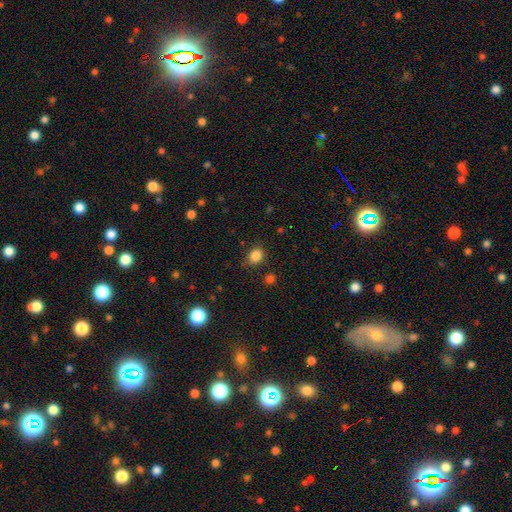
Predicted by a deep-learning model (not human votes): Smooth or featured? smooth (84%)
How rounded? round (56%)
Merging? none (77%)